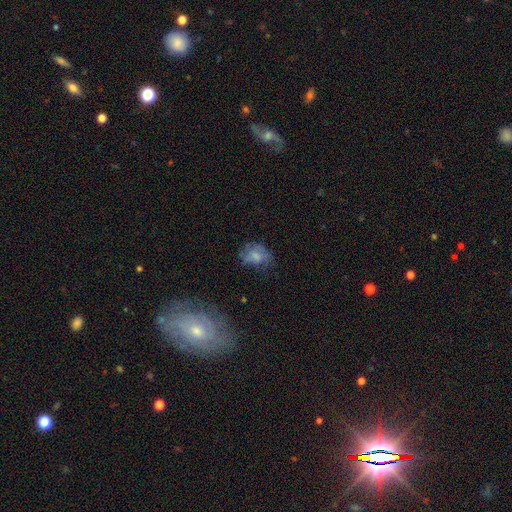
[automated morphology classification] The model was most divided on "merging": none: 48%, minor disturbance: 28%, major disturbance: 21%, merger: 2%. More confident: how rounded — in between (68%); smooth or featured — smooth (61%).